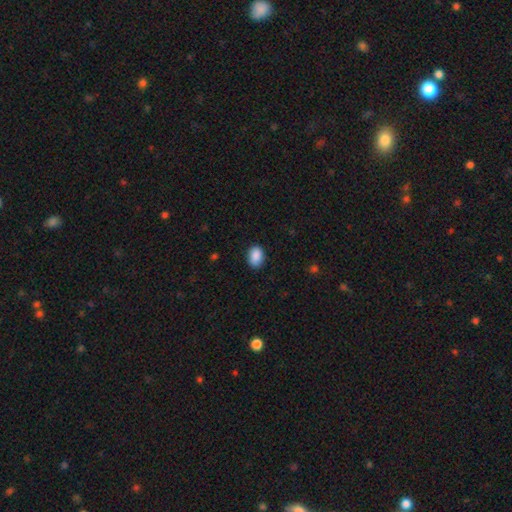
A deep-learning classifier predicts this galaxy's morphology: Smooth or featured? smooth (90%)
How rounded? in between (82%)
Merging? none (86%)